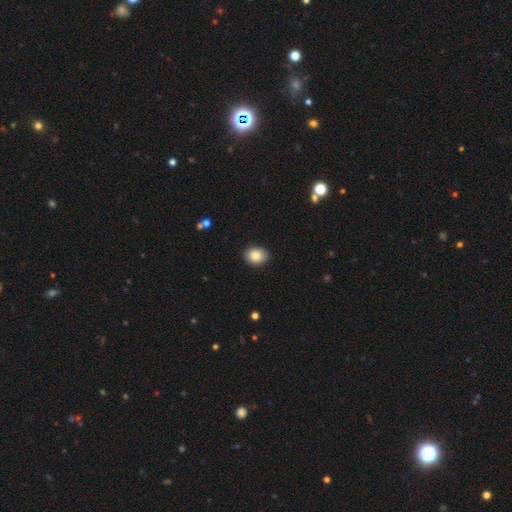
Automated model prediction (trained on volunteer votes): Smooth or featured: smooth — 87% (star or artifact — 8%)
How rounded: in between — 53% (round — 46%)
Merging: none — 88% (minor disturbance — 9%)